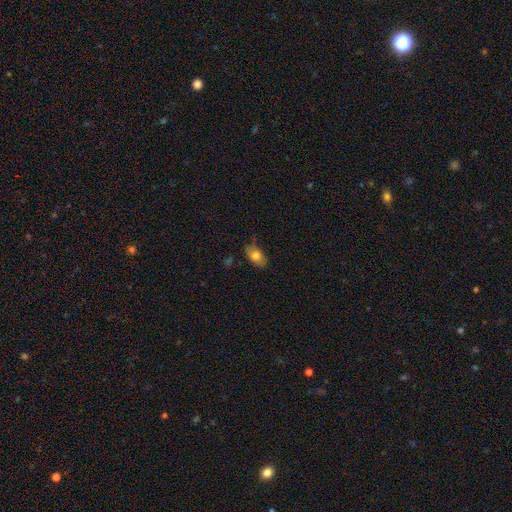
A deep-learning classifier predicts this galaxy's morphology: A smooth galaxy with no disk features (76%) that is in between round and cigar-shaped (88%). Merging: none (75%).